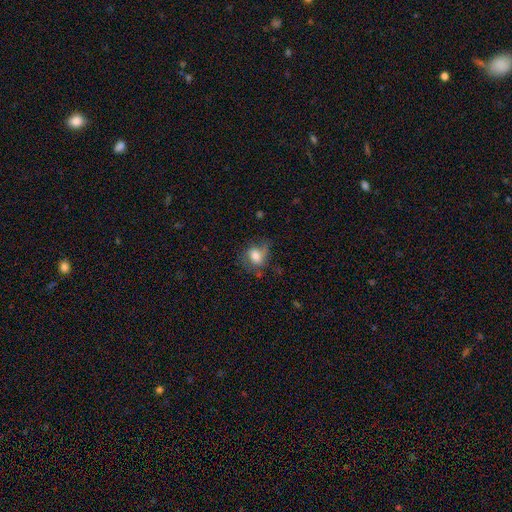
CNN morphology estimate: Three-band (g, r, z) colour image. It shows a smooth galaxy with no disk features (64%) that is in between round and cigar-shaped (59%). Merging: none (50%).